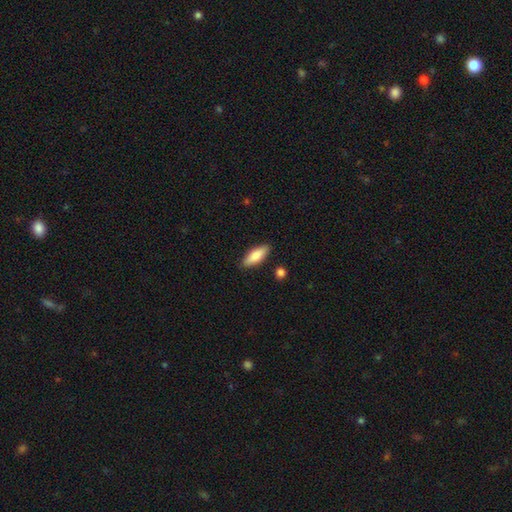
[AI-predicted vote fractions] The model was most divided on "how rounded": in between: 63%, cigar-shaped: 34%, round: 2%. More confident: merging — none (87%); smooth or featured — smooth (81%).